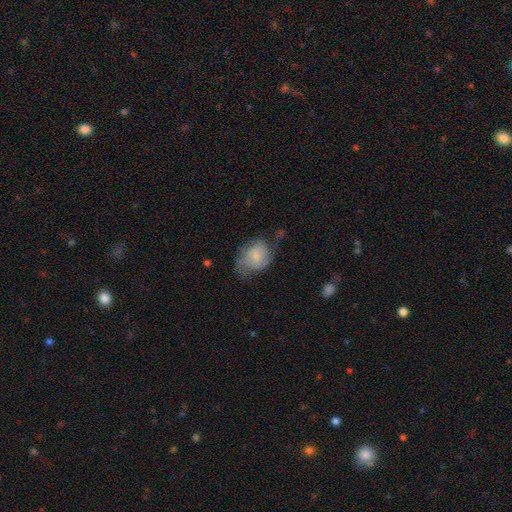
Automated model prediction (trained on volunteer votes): smooth 49%, featured or disk 44%, star or artifact 8%. Down the decision tree: merging — none (39%).